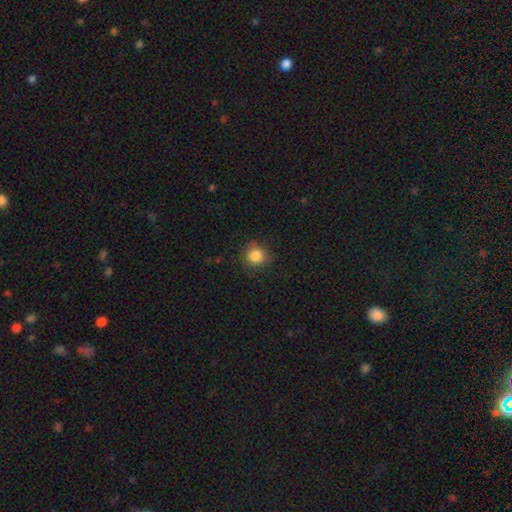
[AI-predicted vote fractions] Smooth or featured?
  - smooth: 85% *
  - star or artifact: 11%
  - featured or disk: 4%
How rounded?
  - round: 91% *
  - in between: 8%
  - cigar-shaped: 1%
Merging?
  - none: 85% *
  - minor disturbance: 11%
  - major disturbance: 3%
  - merger: 1%